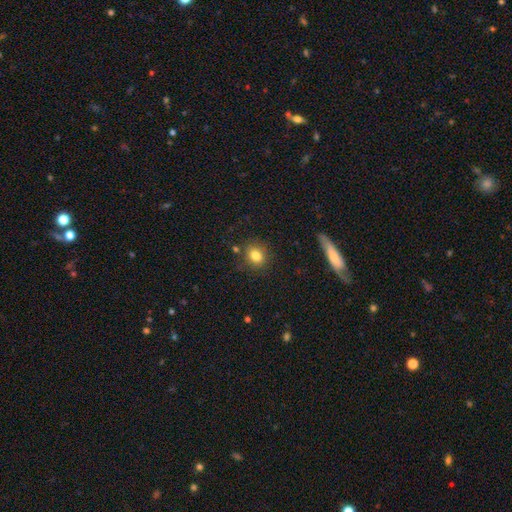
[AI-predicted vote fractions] Smooth or featured? Predicted: smooth (p=0.82). How rounded? Predicted: round (p=0.65). Merging? Predicted: none (p=0.82).